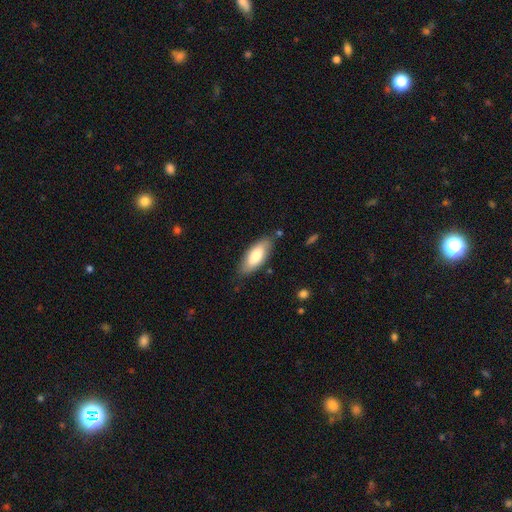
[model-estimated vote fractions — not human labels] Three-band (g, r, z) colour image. It shows a smooth galaxy with no disk features (76%) that is in between round and cigar-shaped (80%). Merging: none (80%).